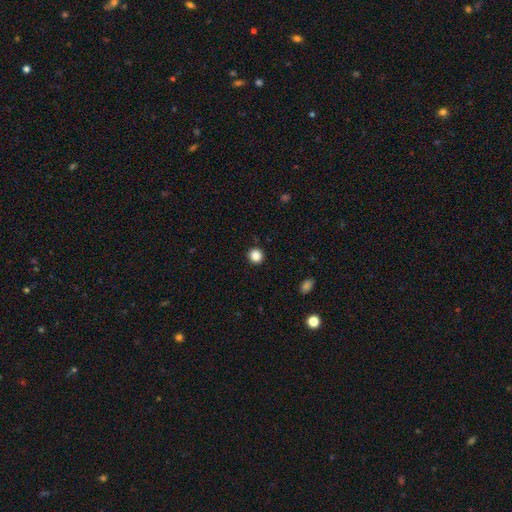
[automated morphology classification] Smooth or featured?
  - smooth: 87% *
  - star or artifact: 10%
  - featured or disk: 2%
How rounded?
  - round: 93% *
  - in between: 6%
  - cigar-shaped: 1%
Merging?
  - none: 92% *
  - minor disturbance: 5%
  - major disturbance: 2%
  - merger: 1%